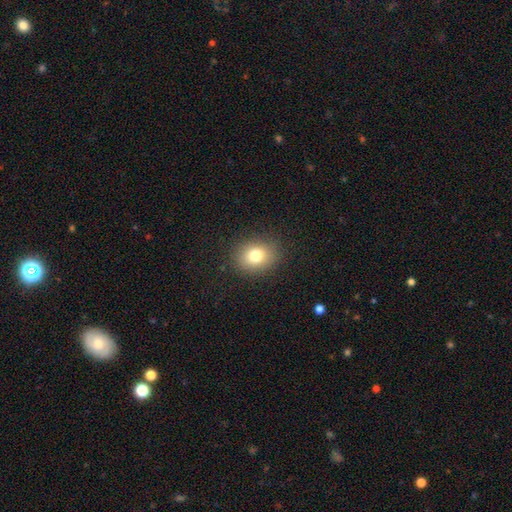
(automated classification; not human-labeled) Overall: smooth (78%). How rounded: round (57%; in between 42%). Merging: none (88%).